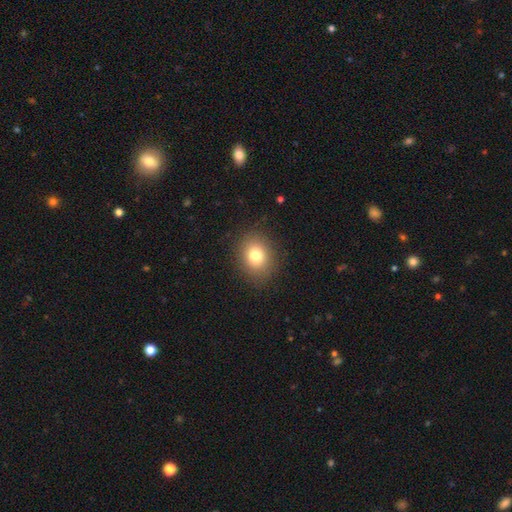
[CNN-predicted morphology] smooth_or_featured: smooth (p=0.79) [alt: star or artifact p=0.11]
how_rounded: round (p=0.53) [alt: in between p=0.46]
merging: none (p=0.88) [alt: minor disturbance p=0.08]